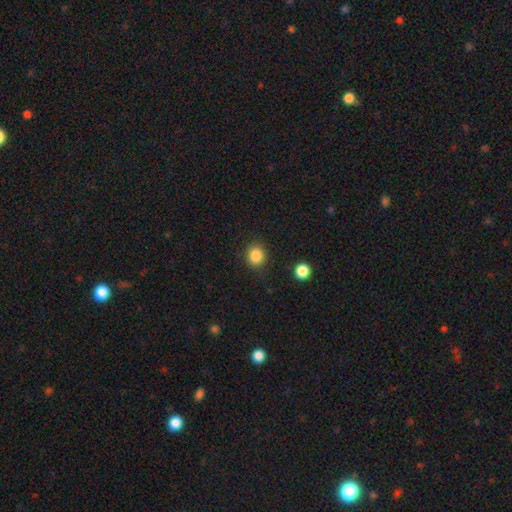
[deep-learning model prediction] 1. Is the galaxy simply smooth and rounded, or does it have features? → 86% smooth, 10% star or artifact, 4% featured or disk.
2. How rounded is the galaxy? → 78% round, 21% in between, 1% cigar-shaped.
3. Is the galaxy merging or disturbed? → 88% none, 7% minor disturbance, 3% major disturbance, 2% merger.